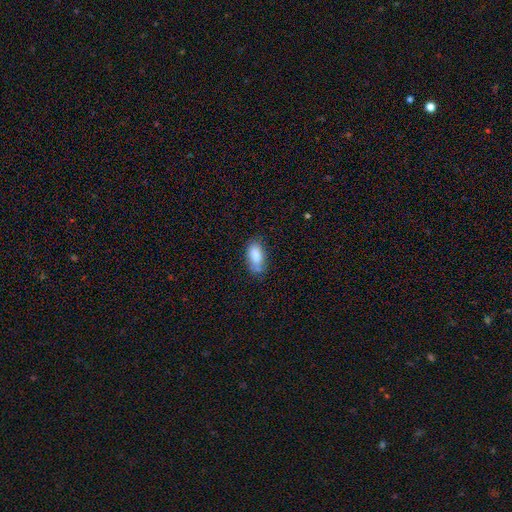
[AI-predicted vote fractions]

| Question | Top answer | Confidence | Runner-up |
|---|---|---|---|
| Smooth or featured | smooth | 83% | featured or disk (10%) |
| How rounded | in between | 90% | cigar-shaped (7%) |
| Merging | none | 67% | minor disturbance (25%) |